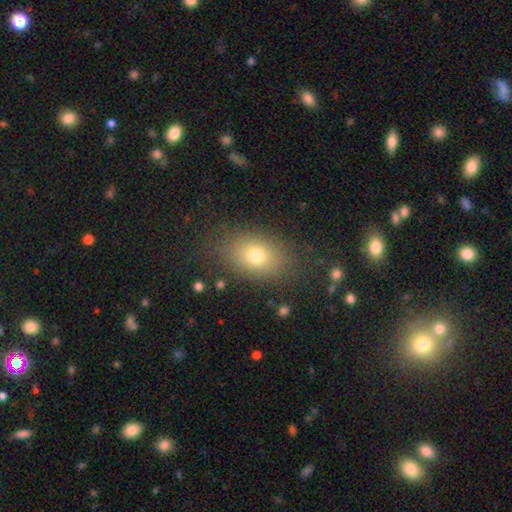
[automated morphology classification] smooth_or_featured: smooth (p=0.74) [alt: featured or disk p=0.13]
how_rounded: in between (p=0.77) [alt: round p=0.22]
merging: none (p=0.82) [alt: minor disturbance p=0.11]